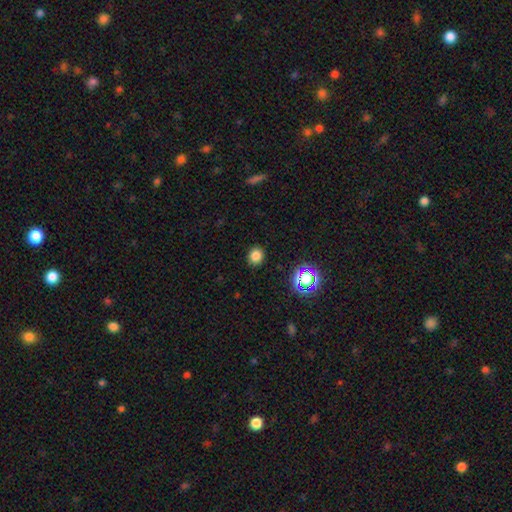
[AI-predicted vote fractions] A smooth galaxy with no disk features (79%) that is round (82%). Merging: none (89%).